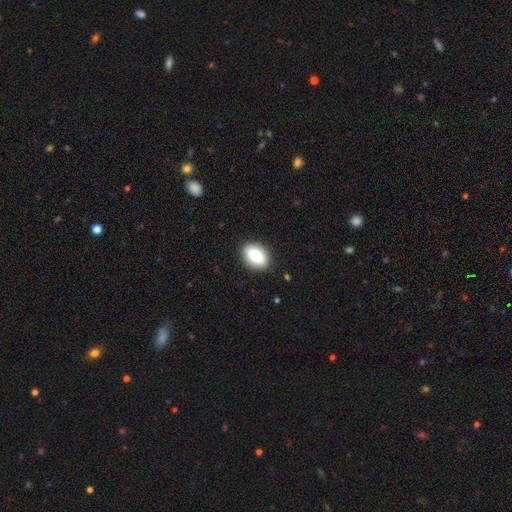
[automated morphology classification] This is likely a smooth galaxy (78%). How rounded: likely in between (78%). Merging: clearly none (88%).